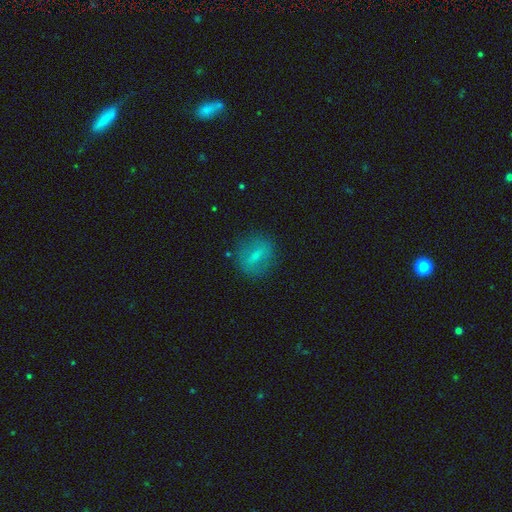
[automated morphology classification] Smooth or featured?
  - smooth: 59% *
  - featured or disk: 30%
  - star or artifact: 11%
How rounded?
  - round: 61% *
  - in between: 34%
  - cigar-shaped: 4%
Merging?
  - none: 81% *
  - minor disturbance: 12%
  - major disturbance: 5%
  - merger: 2%